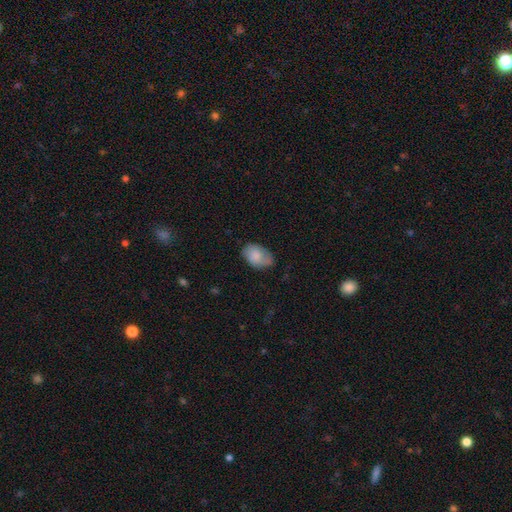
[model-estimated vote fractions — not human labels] Smooth or featured: smooth — 72% (featured or disk — 21%)
How rounded: in between — 88% (round — 11%)
Merging: none — 66% (minor disturbance — 25%)